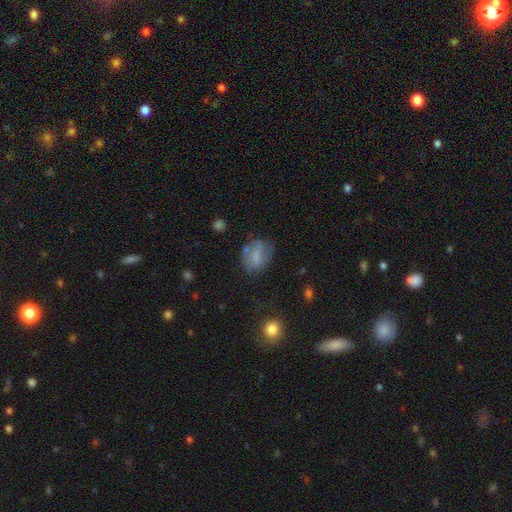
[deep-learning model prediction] This is likely a smooth galaxy (63%). How rounded: likely in between (64%). Merging: possibly none (53%).